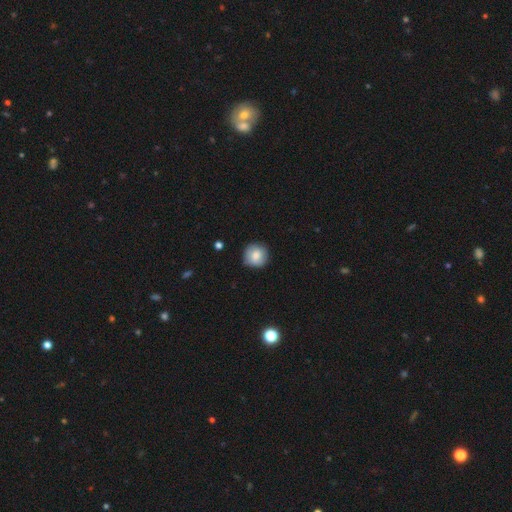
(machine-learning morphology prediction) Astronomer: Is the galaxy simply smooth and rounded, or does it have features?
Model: smooth — 81%.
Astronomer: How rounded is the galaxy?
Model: round — 92%.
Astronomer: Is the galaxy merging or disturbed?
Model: none — 83%.